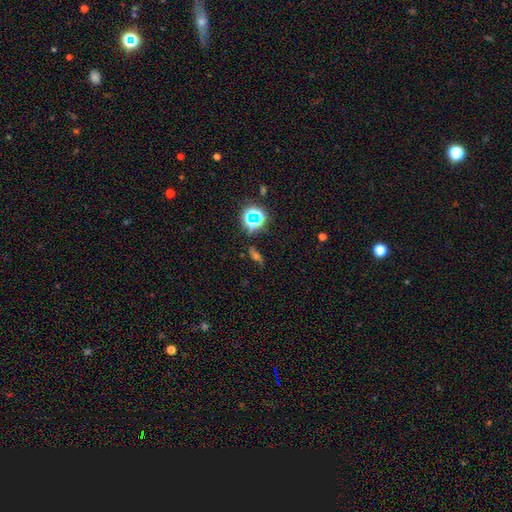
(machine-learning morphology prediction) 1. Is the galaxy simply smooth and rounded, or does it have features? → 46% star or artifact, 31% smooth, 23% featured or disk.